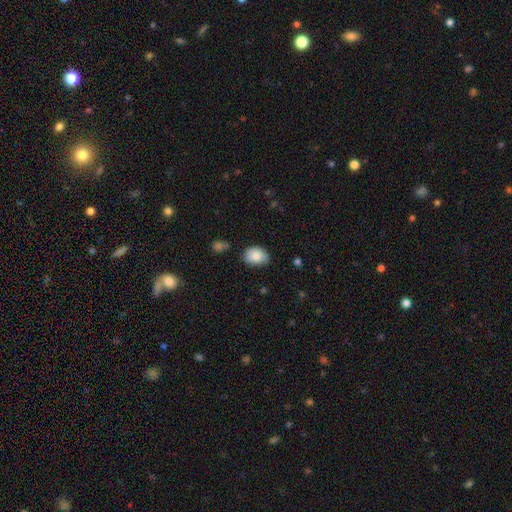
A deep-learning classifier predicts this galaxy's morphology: Smooth or featured?
  - smooth: 84% *
  - featured or disk: 9%
  - star or artifact: 8%
How rounded?
  - in between: 69% *
  - round: 30%
  - cigar-shaped: 1%
Merging?
  - none: 67% *
  - minor disturbance: 26%
  - major disturbance: 4%
  - merger: 3%